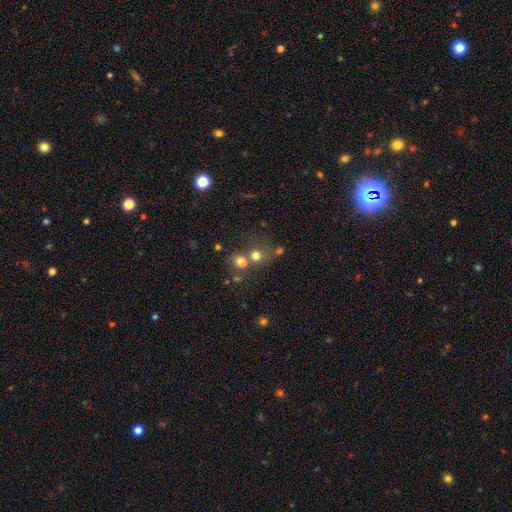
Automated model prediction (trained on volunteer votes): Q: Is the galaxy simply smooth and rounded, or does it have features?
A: smooth — 71%.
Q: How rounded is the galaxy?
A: round — 75%.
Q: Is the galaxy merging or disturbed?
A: merger — 44%.